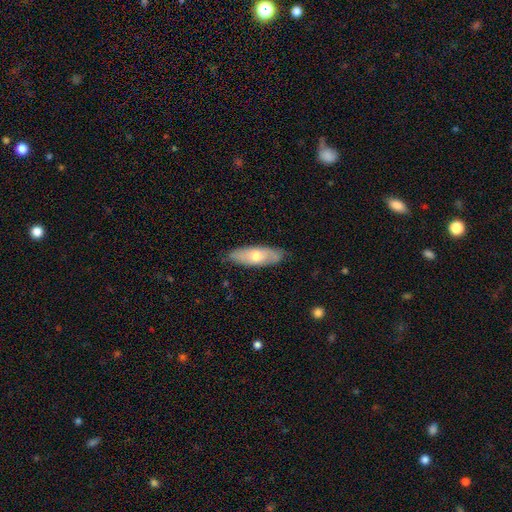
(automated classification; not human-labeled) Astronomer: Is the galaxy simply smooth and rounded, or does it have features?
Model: smooth — 56% (runner-up: featured or disk, 38%).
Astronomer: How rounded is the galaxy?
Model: in between — 66%.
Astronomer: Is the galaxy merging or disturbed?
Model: none — 80%.